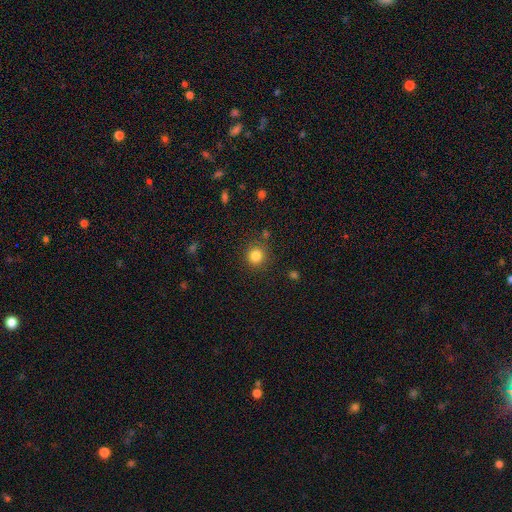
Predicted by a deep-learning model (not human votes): Smooth or featured? Predicted: smooth (p=0.84). How rounded? Predicted: round (p=0.92). Merging? Predicted: none (p=0.85).